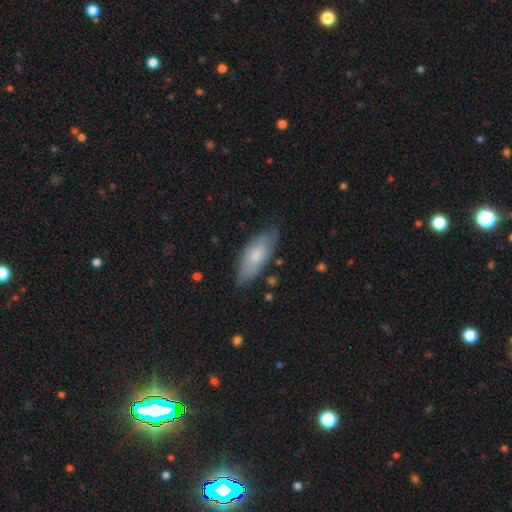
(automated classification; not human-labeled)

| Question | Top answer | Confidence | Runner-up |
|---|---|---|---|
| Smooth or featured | smooth | 72% | featured or disk (23%) |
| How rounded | in between | 74% | cigar-shaped (24%) |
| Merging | none | 72% | minor disturbance (22%) |